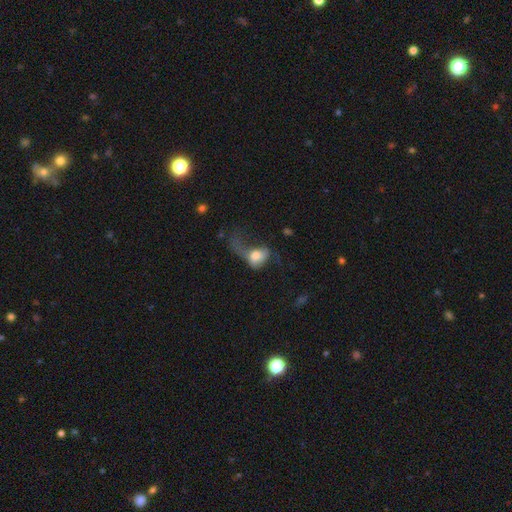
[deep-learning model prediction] smooth_or_featured: smooth (p=0.59) [alt: featured or disk p=0.33]
how_rounded: in between (p=0.69) [alt: round p=0.28]
merging: major disturbance (p=0.68) [alt: none p=0.13]